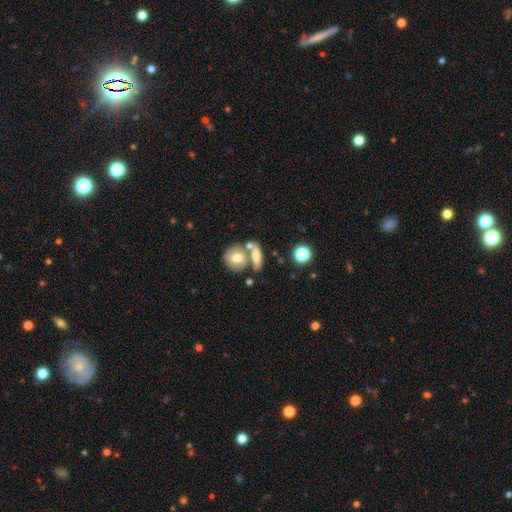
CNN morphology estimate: type=smooth (64%); roundness=in between (46%); merging=none (47%).